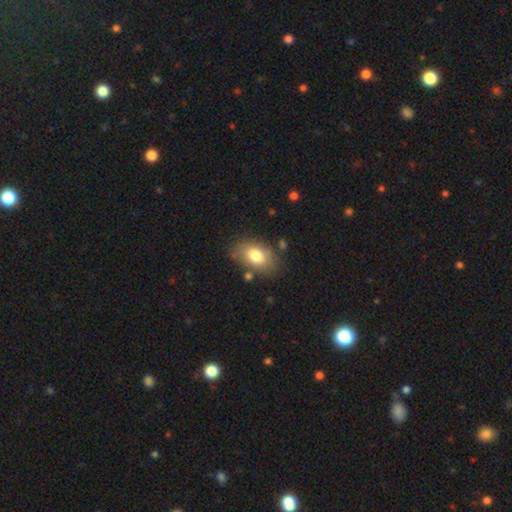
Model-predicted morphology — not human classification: Q: Smooth or featured?
A: smooth (78%); runner-up: featured or disk (14%)
Q: How rounded?
A: in between (88%); runner-up: round (10%)
Q: Merging?
A: none (77%); runner-up: minor disturbance (14%)